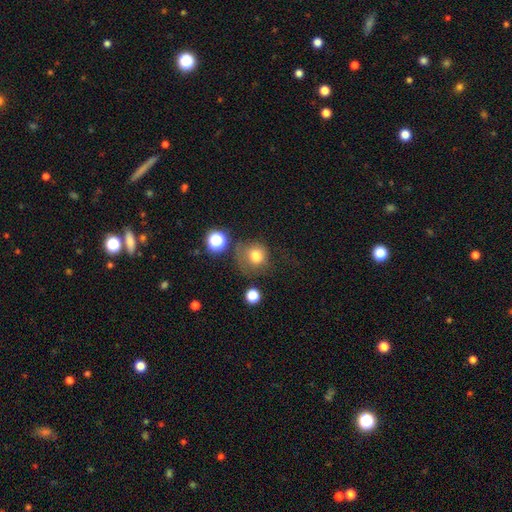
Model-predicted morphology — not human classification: Smooth or featured? smooth (77%)
How rounded? round (86%)
Merging? none (54%)